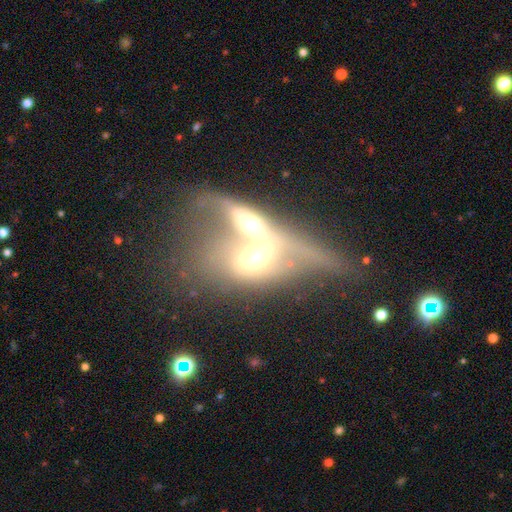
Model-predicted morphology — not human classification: Smooth or featured: featured or disk — 61% (smooth — 30%)
Edge-on disk: no — 63% (yes — 37%)
Merging: merger — 79% (major disturbance — 9%)